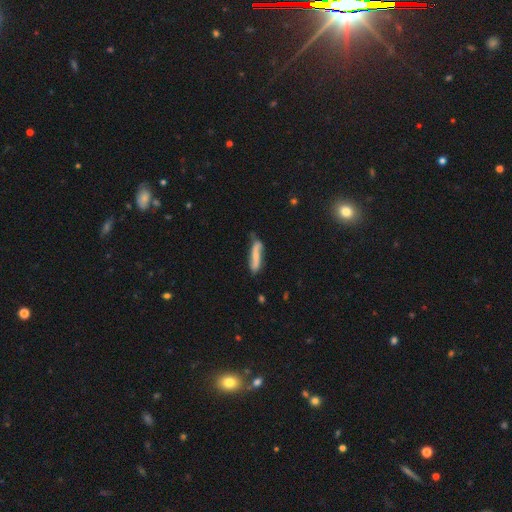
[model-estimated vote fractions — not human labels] Overall: smooth (55%; featured or disk 39%). How rounded: cigar-shaped (79%). Merging: none (62%; minor disturbance 27%).